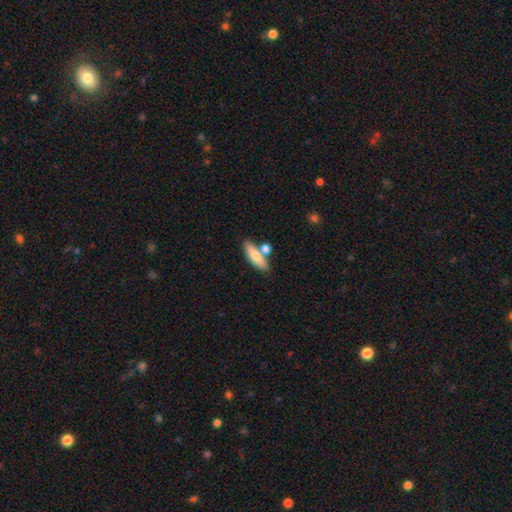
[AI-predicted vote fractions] Smooth or featured?
  - smooth: 73% *
  - featured or disk: 21%
  - star or artifact: 6%
How rounded?
  - in between: 51% *
  - cigar-shaped: 45%
  - round: 4%
Merging?
  - none: 62% *
  - merger: 22%
  - minor disturbance: 12%
  - major disturbance: 4%